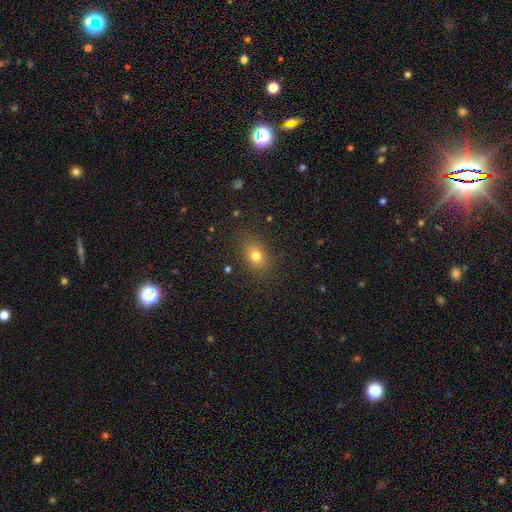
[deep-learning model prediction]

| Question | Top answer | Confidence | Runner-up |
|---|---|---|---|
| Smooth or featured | smooth | 76% | star or artifact (14%) |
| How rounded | in between | 67% | round (31%) |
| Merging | none | 83% | minor disturbance (11%) |